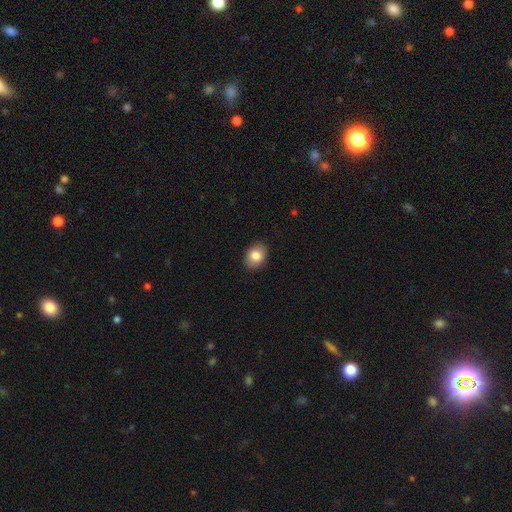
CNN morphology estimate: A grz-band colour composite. It shows a smooth galaxy with no disk features (85%) that is in between round and cigar-shaped (62%). Merging: none (88%).